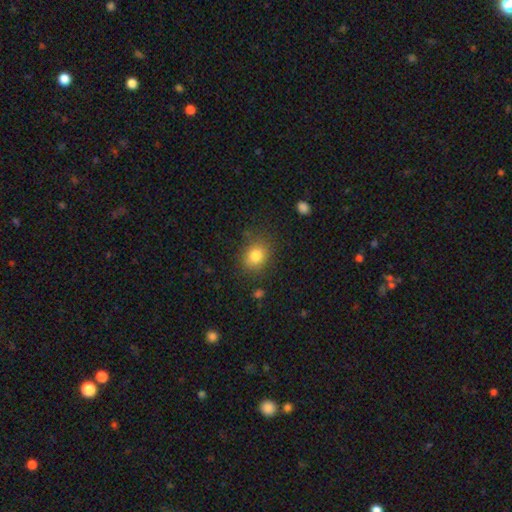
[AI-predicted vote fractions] This is clearly a smooth galaxy (81%). How rounded: likely round (61%). Merging: clearly none (81%).